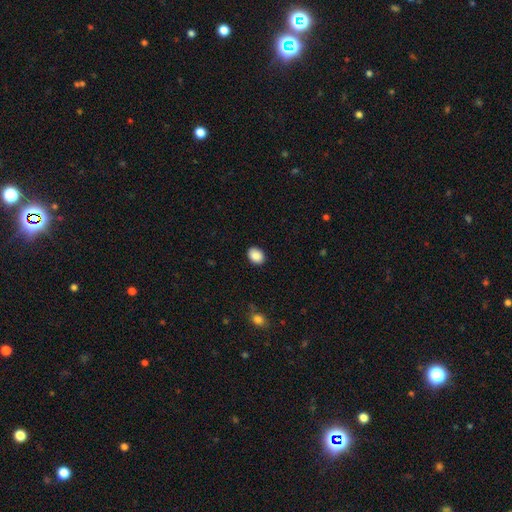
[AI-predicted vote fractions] A smooth galaxy with no disk features (90%) that is in between round and cigar-shaped (69%). Merging: none (88%).